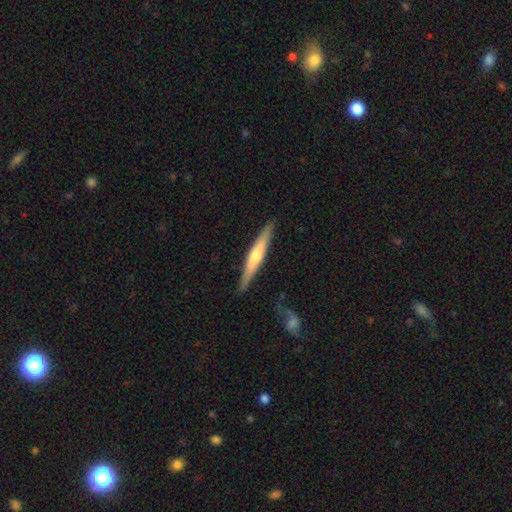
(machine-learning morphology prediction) A featured or disk galaxy (55%) viewed edge-on (96%) with a rounded central bulge (70%). Merging: none (87%).